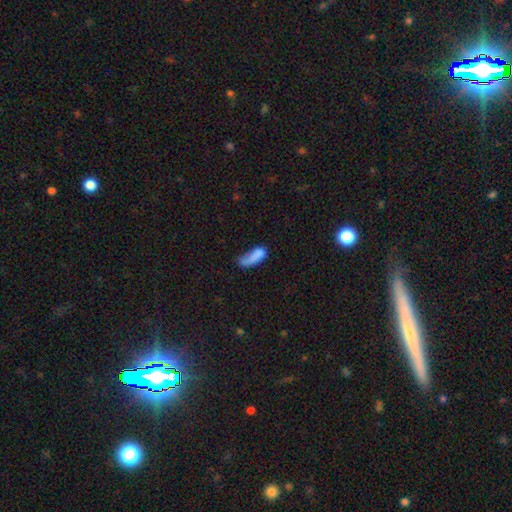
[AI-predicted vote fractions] This appears to be a smooth galaxy with no disk features (72%) that is in between round and cigar-shaped (67%). Merging: major disturbance (33%).